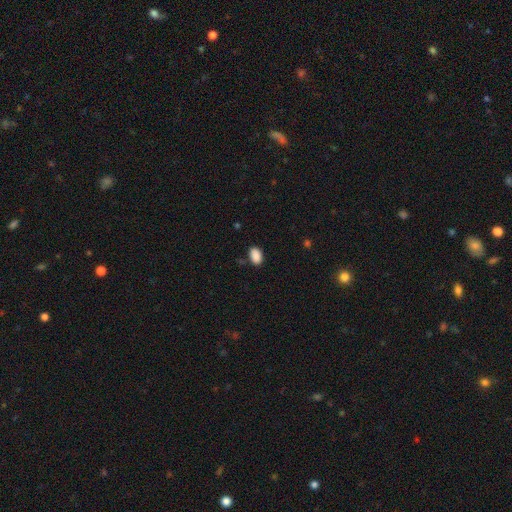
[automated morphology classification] smooth-or-featured: smooth: 89% | star or artifact: 8% | featured or disk: 3%
  how-rounded: in between: 90% | round: 9% | cigar-shaped: 1%
  merging: none: 80% | minor disturbance: 14% | major disturbance: 3% | merger: 2%